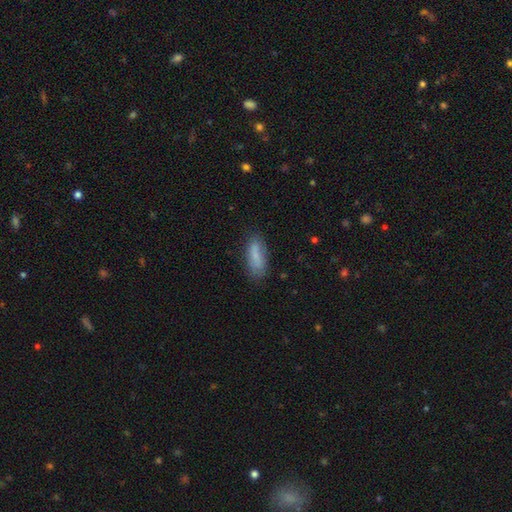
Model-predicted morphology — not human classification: smooth 78%, featured or disk 15%, star or artifact 7%. Down the decision tree: how rounded — in between (65%); merging — none (75%).